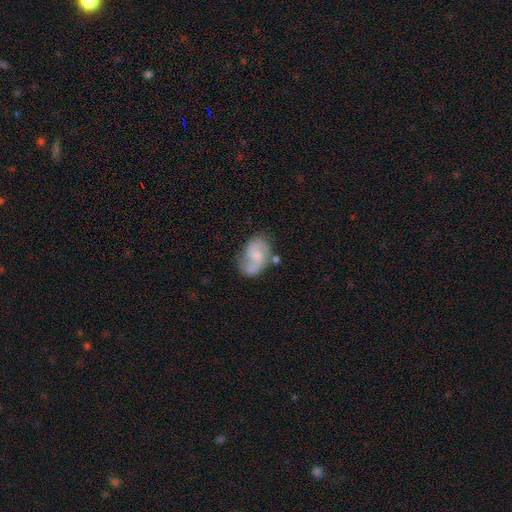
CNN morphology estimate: type=featured or disk (70%); edge-on=no (98%); bar=weak (47%); spiral arms=yes (91%); winding=medium (49%); arm count=2 (87%); bulge=small (46%); merging=none (58%).